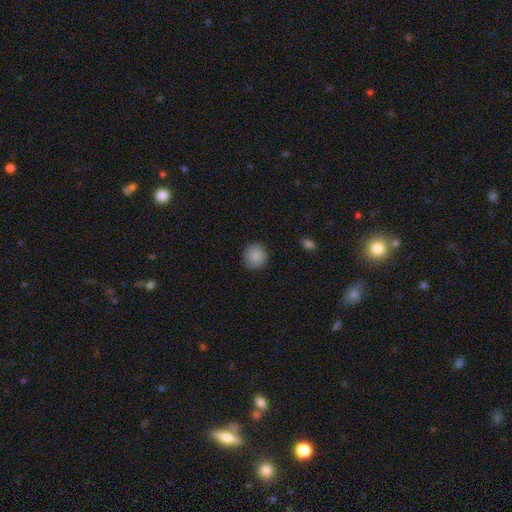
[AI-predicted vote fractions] Smooth or featured? smooth (88%)
How rounded? round (91%)
Merging? none (90%)